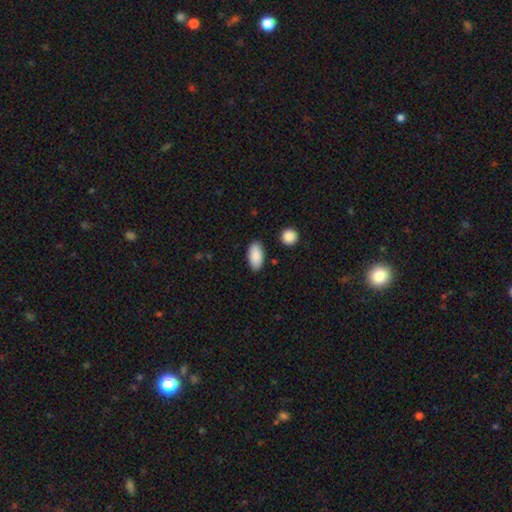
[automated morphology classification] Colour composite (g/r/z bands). It shows a smooth galaxy with no disk features (89%) that is in between round and cigar-shaped (93%). Merging: none (85%).